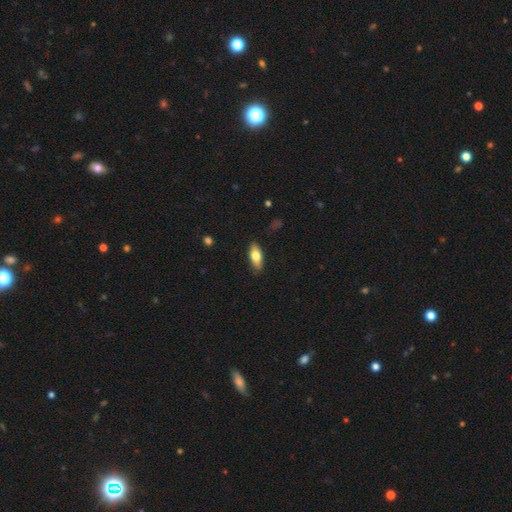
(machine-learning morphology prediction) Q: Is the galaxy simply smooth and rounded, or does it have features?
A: smooth — 69%.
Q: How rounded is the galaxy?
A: in between — 72%.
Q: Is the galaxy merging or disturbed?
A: none — 87%.